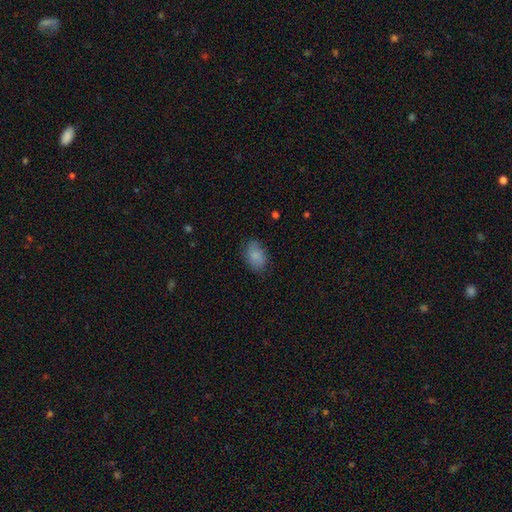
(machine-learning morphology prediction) The model was most divided on "merging": none: 74%, minor disturbance: 19%, major disturbance: 5%, merger: 1%. More confident: smooth or featured — smooth (84%); how rounded — in between (84%).